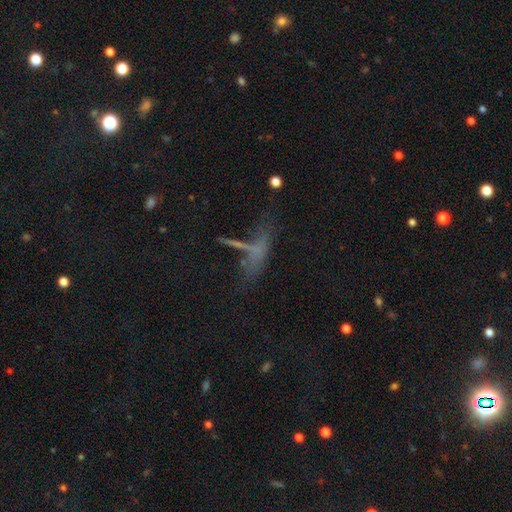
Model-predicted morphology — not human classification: The model was most divided on "smooth or featured": smooth: 38%, star or artifact: 34%, featured or disk: 28%. Remaining: merging — none (42%).